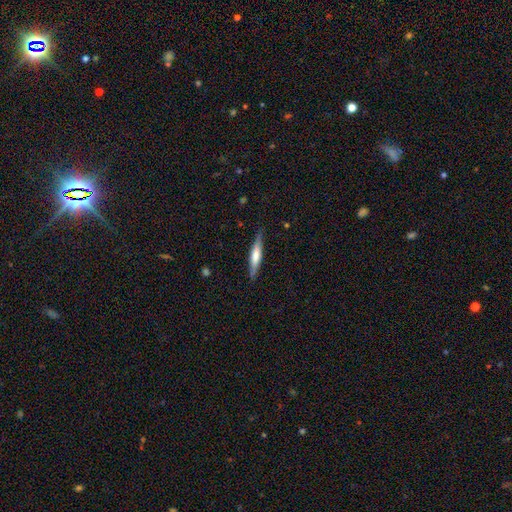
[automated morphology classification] type=featured or disk (48%); merging=none (86%).